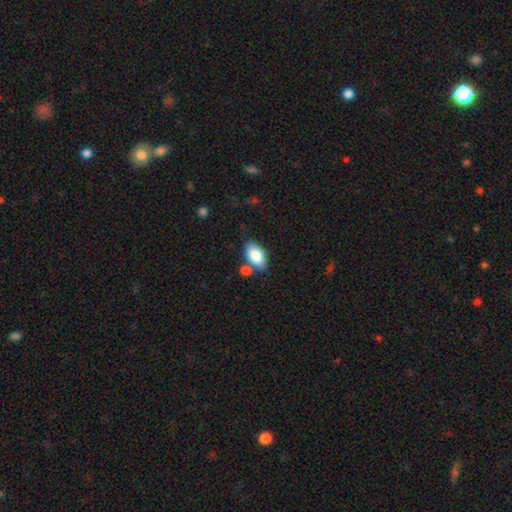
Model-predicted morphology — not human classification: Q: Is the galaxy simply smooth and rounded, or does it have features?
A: smooth — 85%.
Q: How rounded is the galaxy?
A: in between — 93%.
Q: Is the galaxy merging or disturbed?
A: none — 66%.